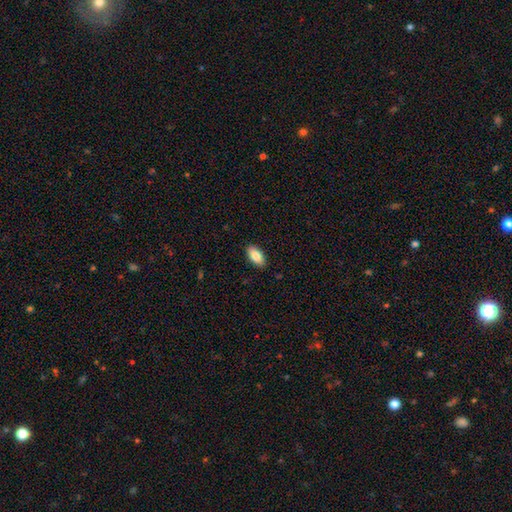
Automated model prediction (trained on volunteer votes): Smooth or featured?
  - smooth: 85% *
  - featured or disk: 8%
  - star or artifact: 7%
How rounded?
  - in between: 93% *
  - cigar-shaped: 5%
  - round: 3%
Merging?
  - none: 89% *
  - minor disturbance: 8%
  - major disturbance: 2%
  - merger: 1%